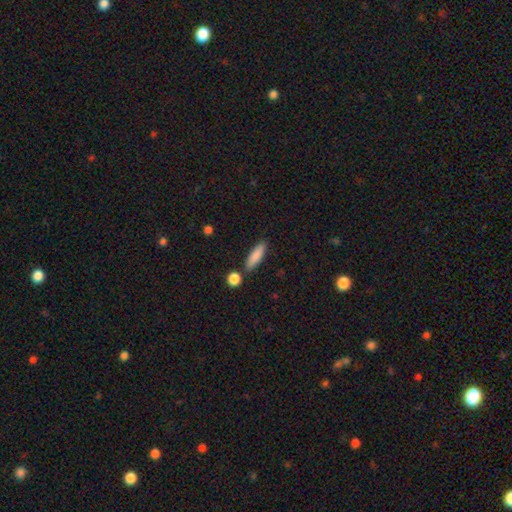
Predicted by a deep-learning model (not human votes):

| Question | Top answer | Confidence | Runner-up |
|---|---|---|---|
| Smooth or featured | smooth | 84% | featured or disk (10%) |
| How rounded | cigar-shaped | 63% | in between (34%) |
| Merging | none | 80% | minor disturbance (11%) |